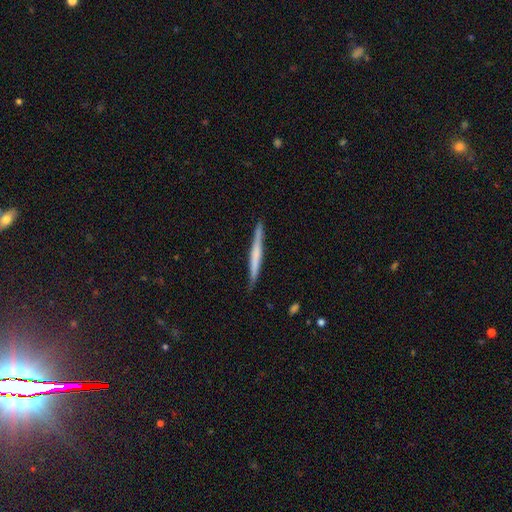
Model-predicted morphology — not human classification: The model was most divided on "smooth or featured": featured or disk: 50%, smooth: 44%, star or artifact: 5%. More confident: edge-on disk — yes (97%); merging — none (89%).